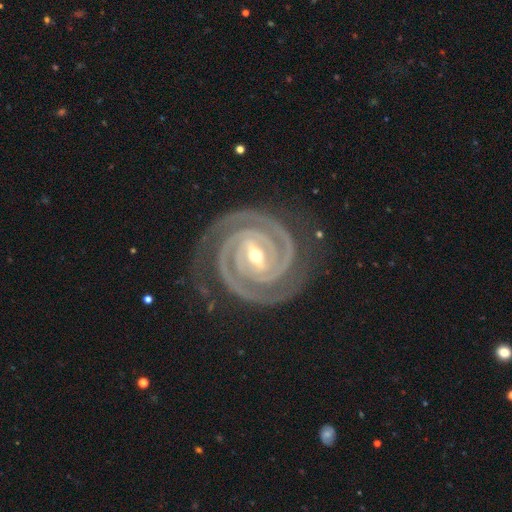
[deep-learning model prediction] Smooth or featured? Predicted: featured or disk (p=0.94). Edge-on disk? Predicted: no (p=0.98). Bar? Predicted: strong (p=0.60). Spiral arms? Predicted: yes (p=0.99). Spiral winding? Predicted: tight (p=0.86). Spiral arm count? Predicted: 2 (p=0.87). Bulge size? Predicted: small (p=0.52). Merging? Predicted: none (p=0.84).